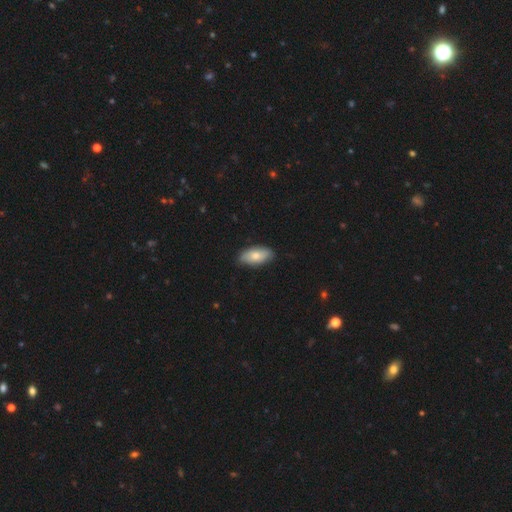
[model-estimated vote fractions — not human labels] Smooth or featured? Predicted: smooth (p=0.76). How rounded? Predicted: in between (p=0.91). Merging? Predicted: none (p=0.84).